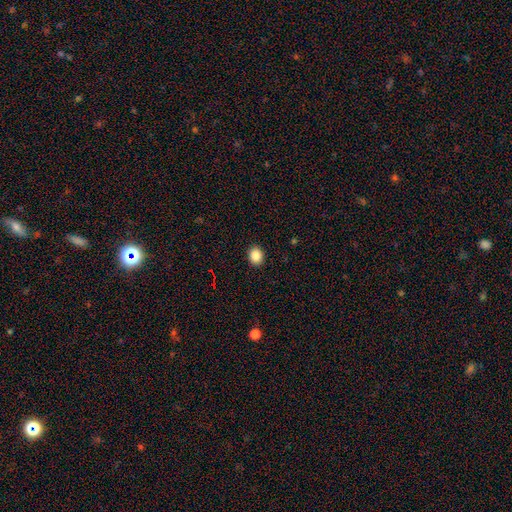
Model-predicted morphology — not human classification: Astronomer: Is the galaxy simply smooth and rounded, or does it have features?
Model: smooth — 87%.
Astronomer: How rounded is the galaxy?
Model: round — 56% (runner-up: in between, 43%).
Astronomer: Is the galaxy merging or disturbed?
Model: none — 91%.